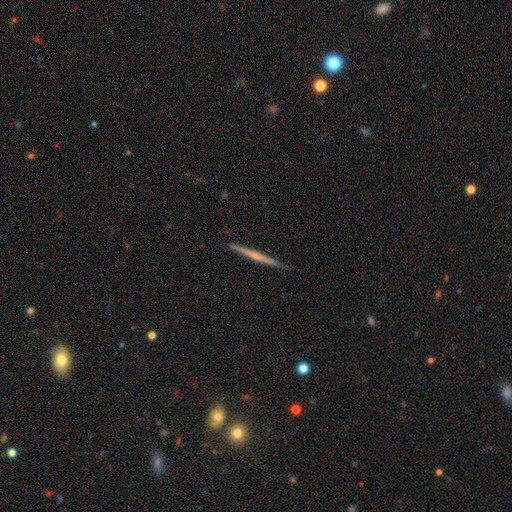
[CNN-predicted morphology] The model was most divided on "smooth or featured": featured or disk: 56%, smooth: 39%, star or artifact: 5%. More confident: edge-on disk — yes (98%); merging — none (91%); edge-on bulge — none (80%).